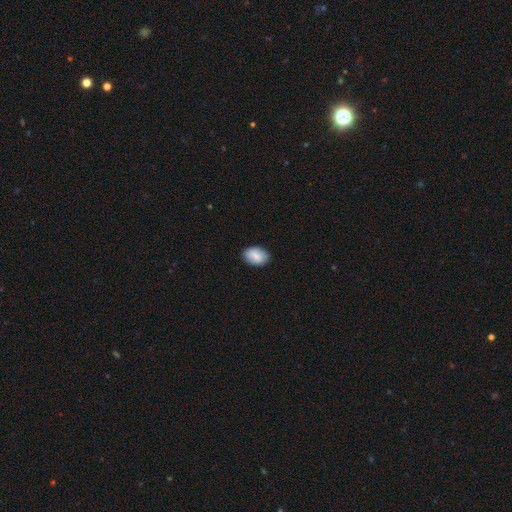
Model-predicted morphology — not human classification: smooth_or_featured: smooth (p=0.87) [alt: featured or disk p=0.07]
how_rounded: in between (p=0.83) [alt: round p=0.16]
merging: none (p=0.87) [alt: minor disturbance p=0.10]